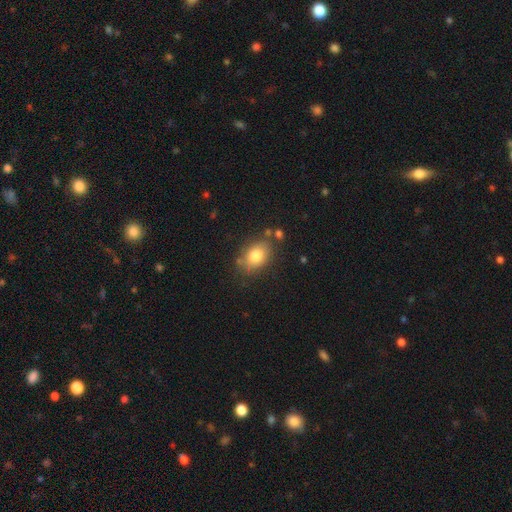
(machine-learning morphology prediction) Q: Smooth or featured?
A: smooth (80%); runner-up: featured or disk (11%)
Q: How rounded?
A: in between (74%); runner-up: round (25%)
Q: Merging?
A: none (74%); runner-up: minor disturbance (16%)